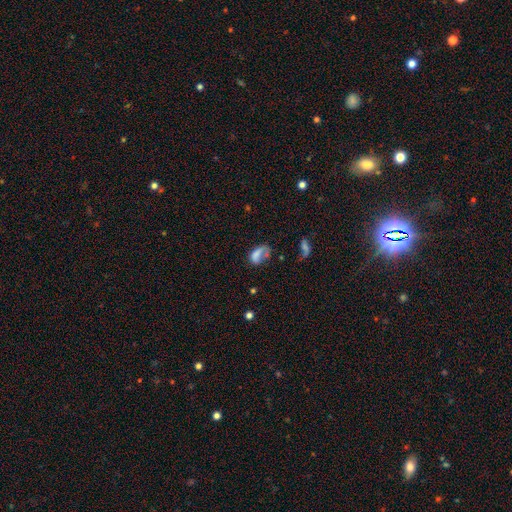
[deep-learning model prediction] Q: Smooth or featured?
A: smooth (61%); runner-up: featured or disk (27%)
Q: How rounded?
A: in between (87%); runner-up: round (9%)
Q: Merging?
A: major disturbance (39%); runner-up: none (27%)